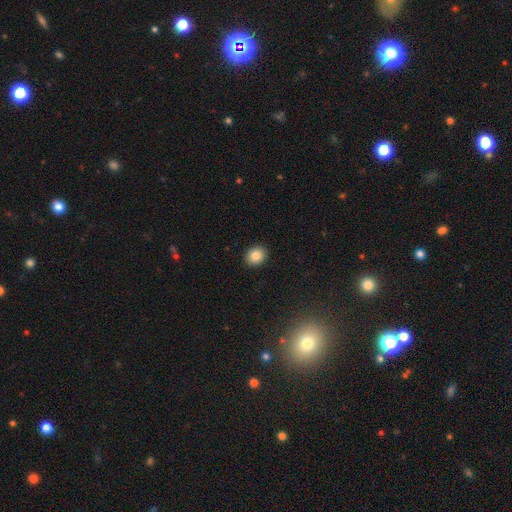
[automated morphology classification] The model was most divided on "how rounded": round: 63%, in between: 36%, cigar-shaped: 1%. More confident: merging — none (92%); smooth or featured — smooth (84%).